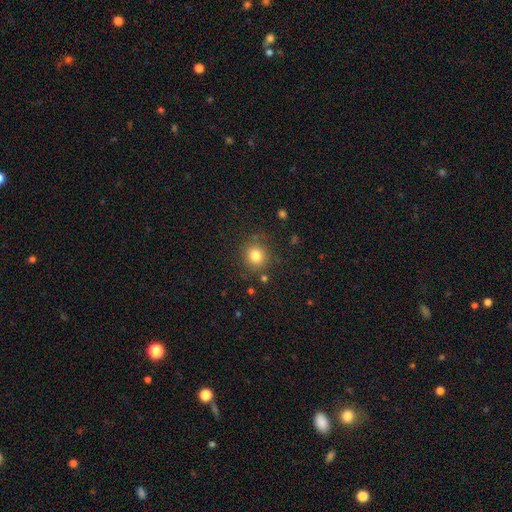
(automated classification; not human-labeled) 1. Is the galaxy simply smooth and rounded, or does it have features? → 80% smooth, 13% star or artifact, 7% featured or disk.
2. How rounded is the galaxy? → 90% round, 9% in between, 1% cigar-shaped.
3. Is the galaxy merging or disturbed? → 84% none, 9% minor disturbance, 4% major disturbance, 3% merger.